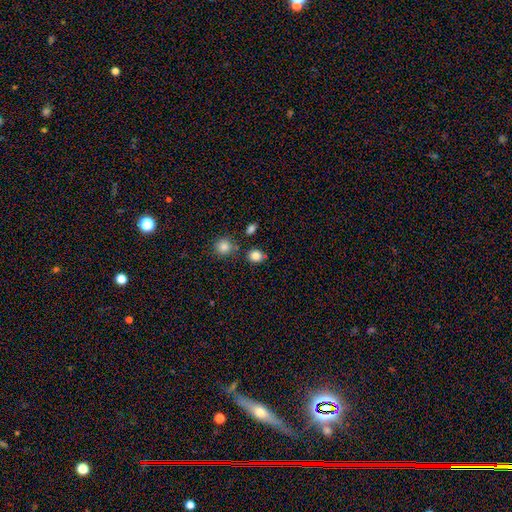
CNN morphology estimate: A smooth galaxy with no disk features (84%) that is round (73%). Merging: none (76%).